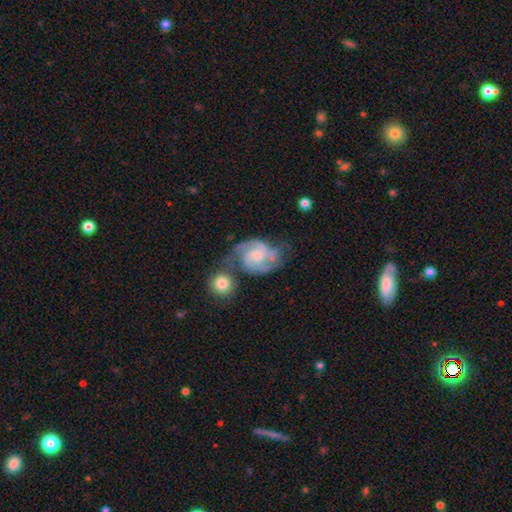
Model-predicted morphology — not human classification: smooth_or_featured: featured or disk (p=0.85) [alt: smooth p=0.09]
disk_edge_on: no (p=0.98) [alt: yes p=0.02]
bar: no (p=0.60) [alt: weak p=0.34]
has_spiral_arms: yes (p=0.96) [alt: no p=0.04]
spiral_winding: medium (p=0.47) [alt: tight p=0.41]
spiral_arm_count: 2 (p=0.73) [alt: 3 p=0.12]
bulge_size: small (p=0.43) [alt: moderate p=0.42]
merging: none (p=0.50) [alt: minor disturbance p=0.22]